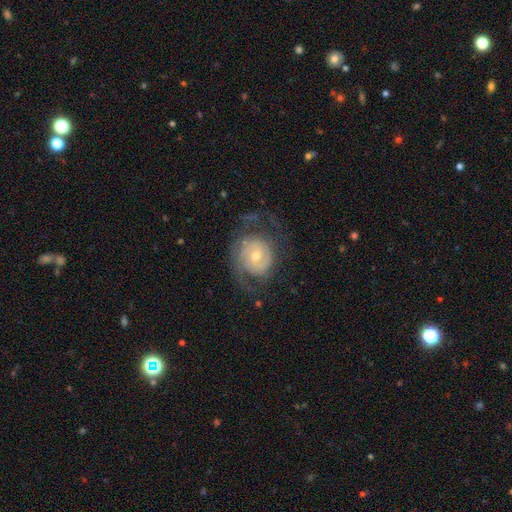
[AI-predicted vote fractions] Smooth or featured? featured or disk (84%)
Edge-on disk? no (98%)
Bar? no (67%)
Spiral arms? yes (94%)
Spiral winding? tight (54%)
Spiral arm count? 2 (57%)
Bulge size? small (53%)
Merging? none (64%)